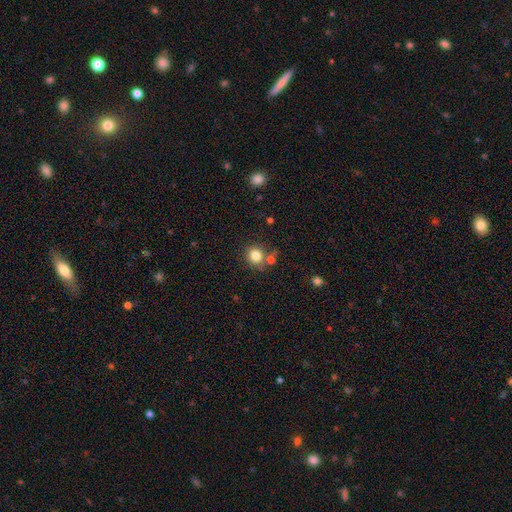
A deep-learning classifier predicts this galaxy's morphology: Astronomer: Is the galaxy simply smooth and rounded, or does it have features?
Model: smooth — 82%.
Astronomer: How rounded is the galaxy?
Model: round — 84%.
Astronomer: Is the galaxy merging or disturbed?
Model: none — 71%.